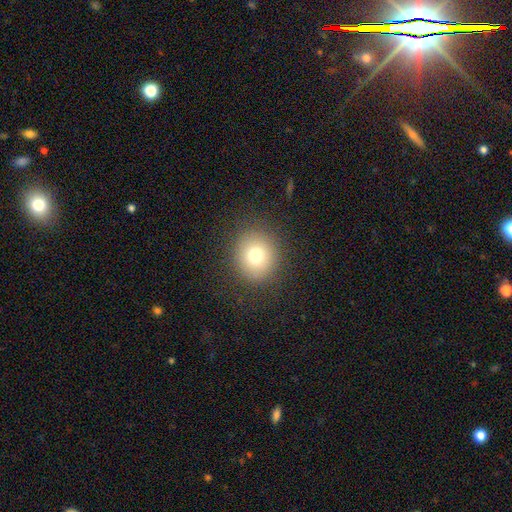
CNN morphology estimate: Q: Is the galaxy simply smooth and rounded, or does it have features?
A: smooth — 75%.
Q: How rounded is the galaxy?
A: round — 81%.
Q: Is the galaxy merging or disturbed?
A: none — 87%.